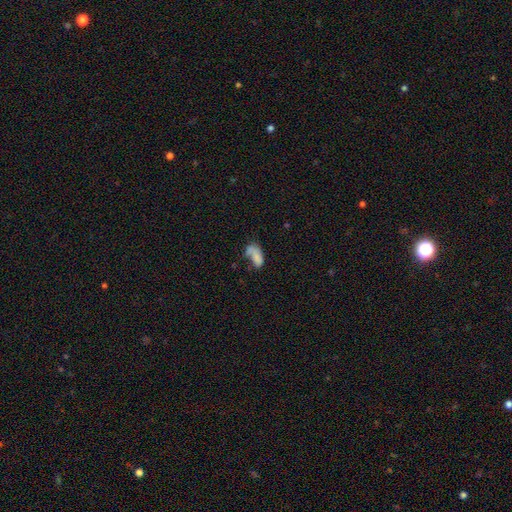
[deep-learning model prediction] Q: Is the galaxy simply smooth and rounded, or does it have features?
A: smooth — 69%.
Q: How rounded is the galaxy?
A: in between — 90%.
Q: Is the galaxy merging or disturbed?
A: none — 30%.